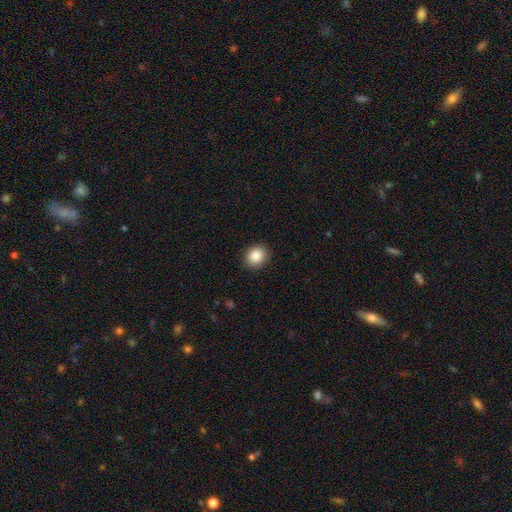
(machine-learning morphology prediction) The model was most divided on "how rounded": round: 64%, in between: 35%, cigar-shaped: 1%. More confident: merging — none (90%); smooth or featured — smooth (86%).